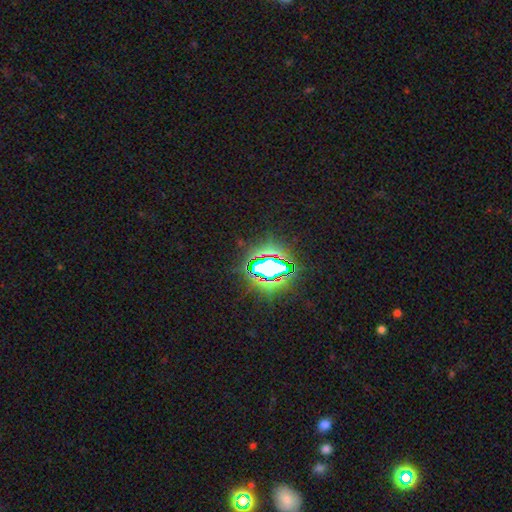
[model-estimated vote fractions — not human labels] Smooth or featured?
  - star or artifact: 76% *
  - smooth: 14%
  - featured or disk: 9%